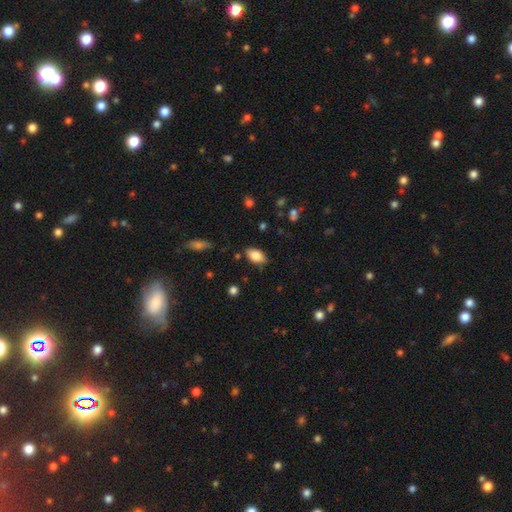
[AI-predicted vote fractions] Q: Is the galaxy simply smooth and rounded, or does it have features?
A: smooth — 84%.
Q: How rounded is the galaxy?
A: in between — 93%.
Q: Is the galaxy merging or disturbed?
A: none — 83%.